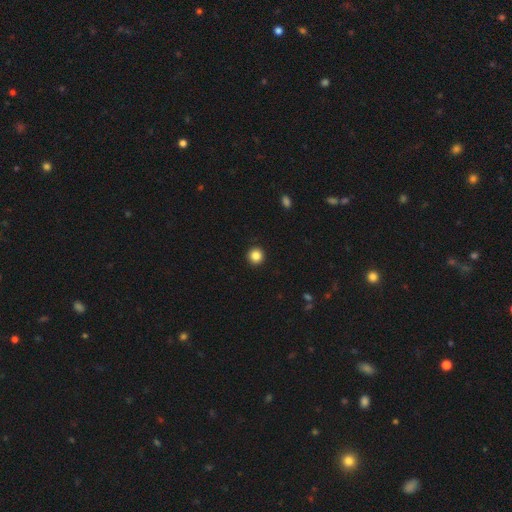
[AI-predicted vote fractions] smooth 86%, star or artifact 10%, featured or disk 4%. Down the decision tree: how rounded — round (96%); merging — none (93%).